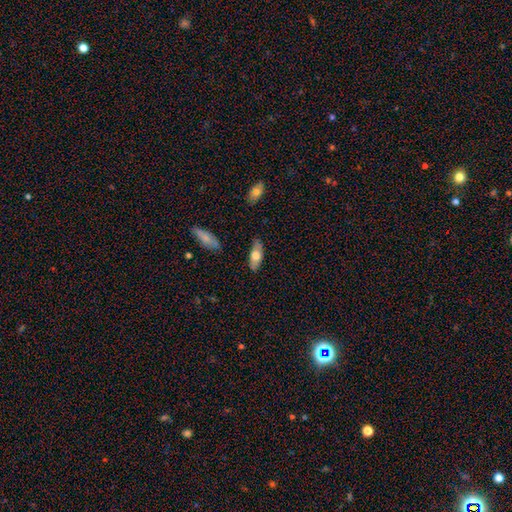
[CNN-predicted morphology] type=smooth (67%); roundness=in between (78%); merging=none (81%).